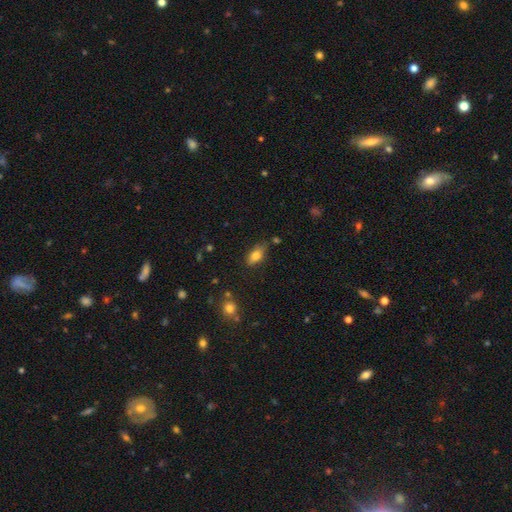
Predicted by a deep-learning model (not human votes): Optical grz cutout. It shows a smooth galaxy with no disk features (80%) that is in between round and cigar-shaped (86%). Merging: none (68%).